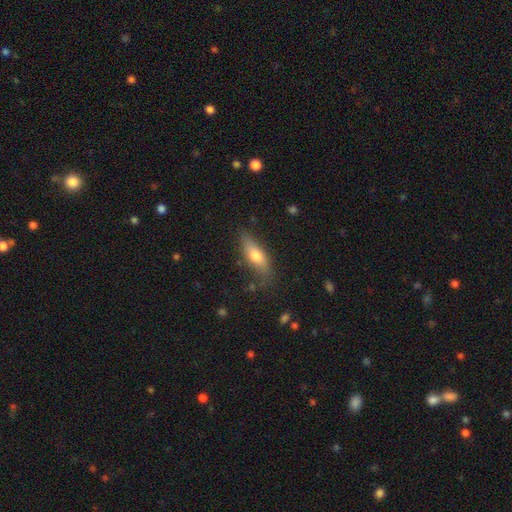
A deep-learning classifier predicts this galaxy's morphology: Smooth or featured? smooth (65%)
How rounded? in between (55%)
Merging? none (77%)